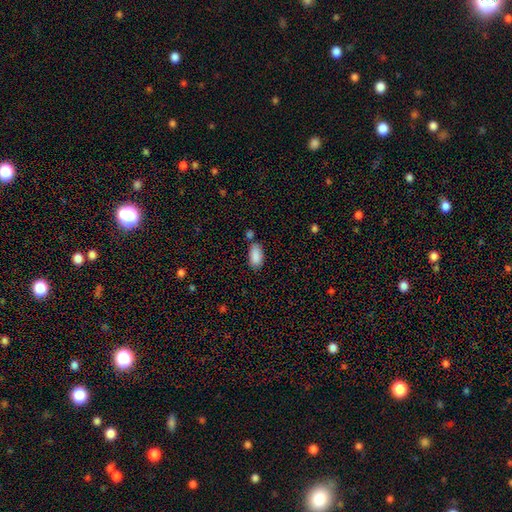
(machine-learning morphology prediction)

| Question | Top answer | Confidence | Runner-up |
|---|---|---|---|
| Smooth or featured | smooth | 89% | star or artifact (7%) |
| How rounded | in between | 94% | cigar-shaped (3%) |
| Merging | none | 67% | minor disturbance (16%) |